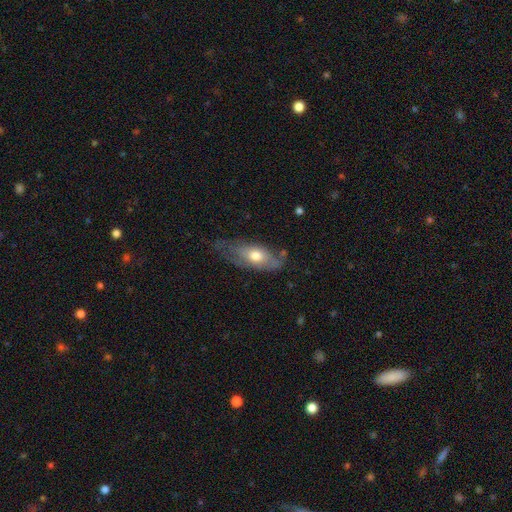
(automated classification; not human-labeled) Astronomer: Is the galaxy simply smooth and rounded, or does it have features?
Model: smooth — 51% (runner-up: featured or disk, 43%).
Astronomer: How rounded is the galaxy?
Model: in between — 80%.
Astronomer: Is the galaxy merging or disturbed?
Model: none — 43% (runner-up: minor disturbance, 33%).